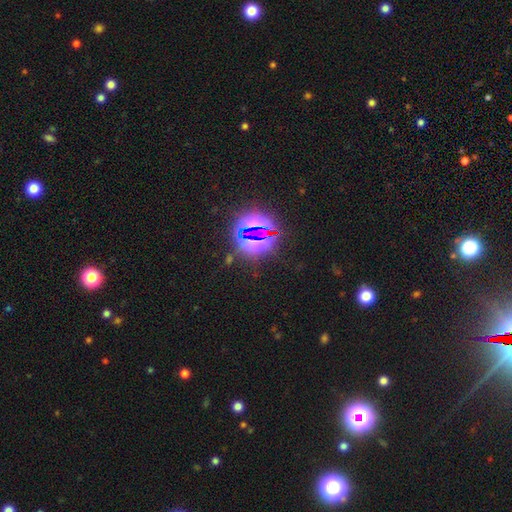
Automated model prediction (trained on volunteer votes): This appears to be a star or artifact, not a galaxy (78%).